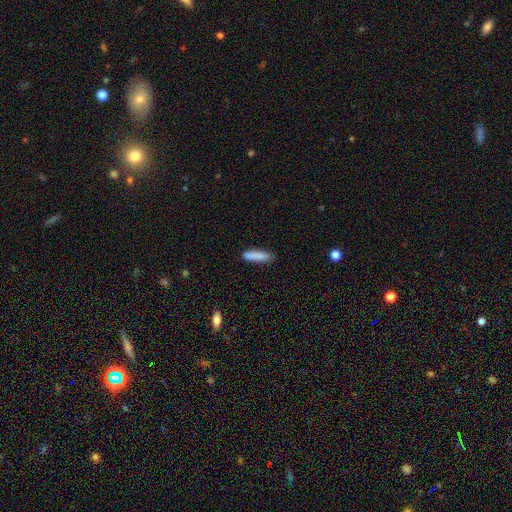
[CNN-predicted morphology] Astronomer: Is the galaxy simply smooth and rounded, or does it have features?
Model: smooth — 86%.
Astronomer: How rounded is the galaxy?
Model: cigar-shaped — 78%.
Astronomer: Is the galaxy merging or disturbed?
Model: none — 84%.